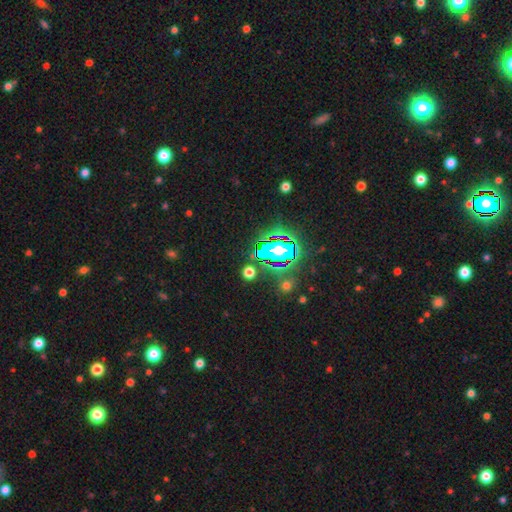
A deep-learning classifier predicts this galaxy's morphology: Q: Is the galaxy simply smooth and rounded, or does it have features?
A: star or artifact — 72%.